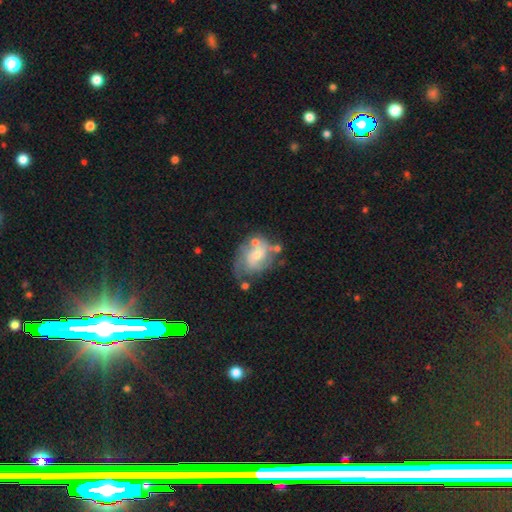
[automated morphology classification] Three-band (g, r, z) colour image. It shows a featured or disk galaxy (63%) with no bar (59%), spiral arms (75%) and a small central bulge (44%). Merging: none (45%).